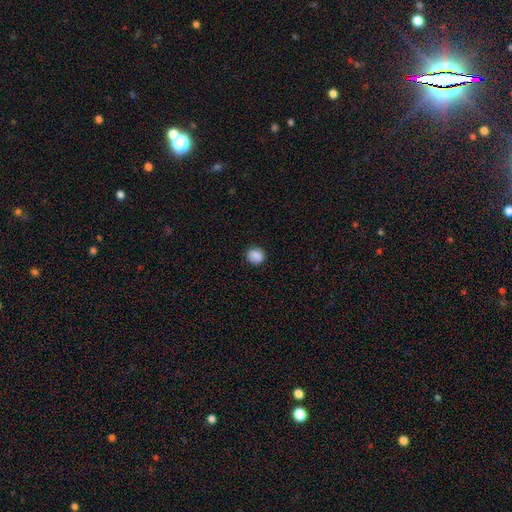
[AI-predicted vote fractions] A smooth galaxy with no disk features (88%) that is round (83%). Merging: none (90%).